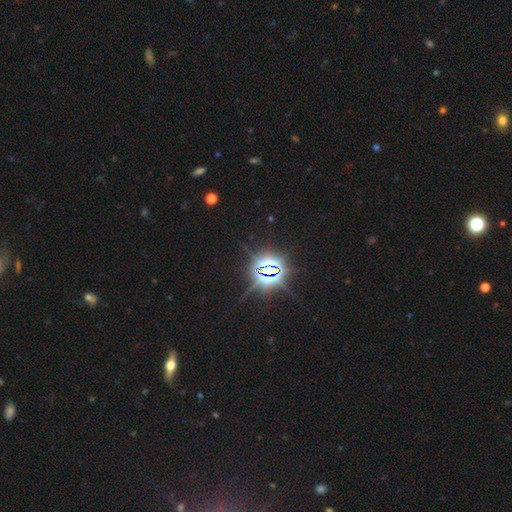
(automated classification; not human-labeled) Smooth or featured? Predicted: star or artifact (p=0.84).